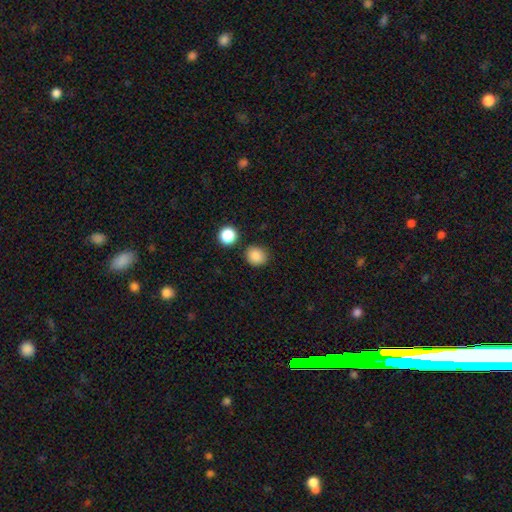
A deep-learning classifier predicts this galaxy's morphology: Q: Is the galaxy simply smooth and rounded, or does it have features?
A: smooth — 86%.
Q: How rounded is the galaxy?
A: round — 82%.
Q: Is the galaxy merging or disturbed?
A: none — 84%.